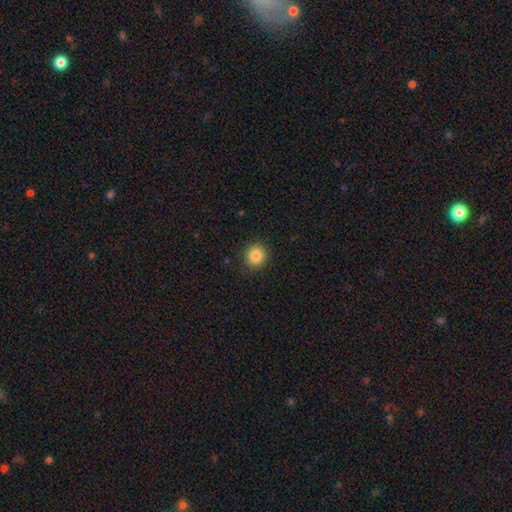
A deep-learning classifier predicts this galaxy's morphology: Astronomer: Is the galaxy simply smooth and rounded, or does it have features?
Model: smooth — 86%.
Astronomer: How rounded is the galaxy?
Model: round — 86%.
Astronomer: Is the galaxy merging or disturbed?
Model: none — 88%.